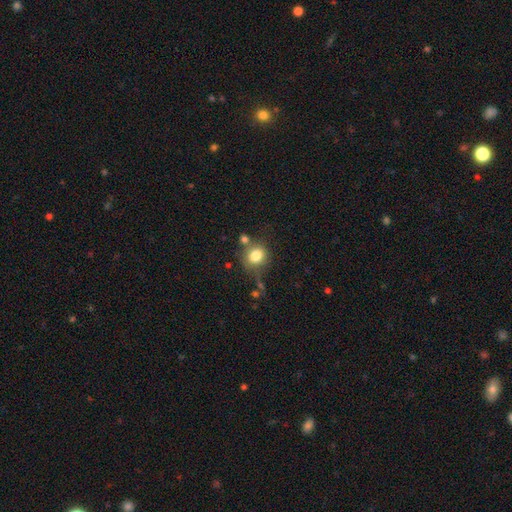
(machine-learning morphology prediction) Smooth or featured: smooth — 80% (star or artifact — 10%)
How rounded: round — 78% (in between — 21%)
Merging: none — 64% (minor disturbance — 17%)